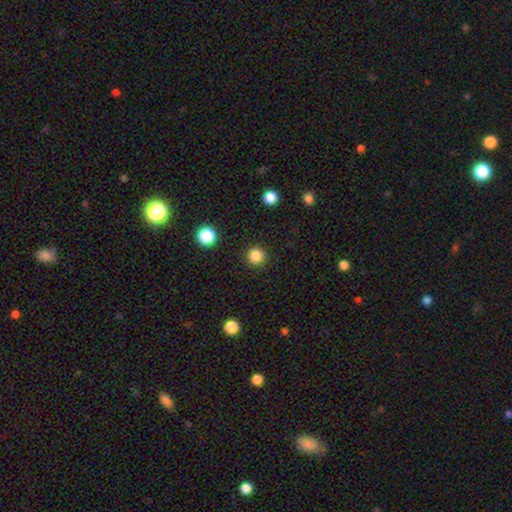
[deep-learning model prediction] The model was most divided on "smooth or featured": smooth: 84%, star or artifact: 12%, featured or disk: 4%. More confident: how rounded — round (96%); merging — none (91%).